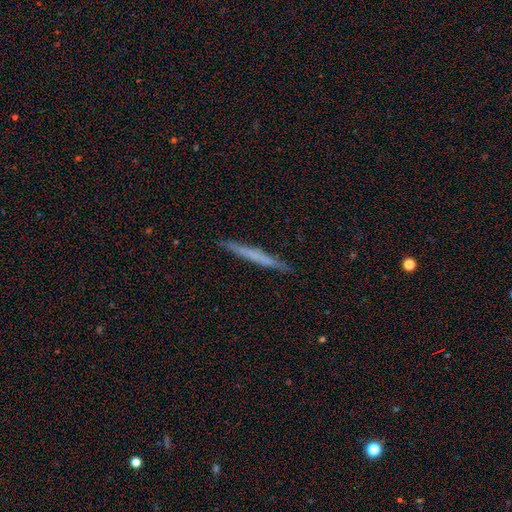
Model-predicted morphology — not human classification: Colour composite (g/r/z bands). It shows a smooth galaxy with no disk features (54%) that is cigar-shaped (97%). Merging: none (91%).